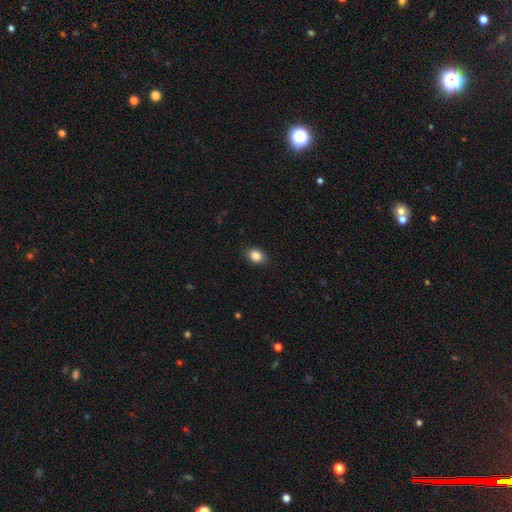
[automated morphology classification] Smooth or featured: smooth — 86% (star or artifact — 9%)
How rounded: in between — 68% (round — 31%)
Merging: none — 88% (minor disturbance — 9%)